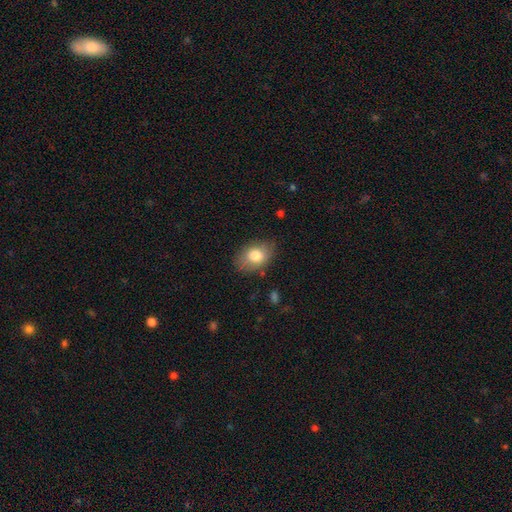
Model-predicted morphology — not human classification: smooth-or-featured: smooth: 80% | featured or disk: 12% | star or artifact: 8%
  how-rounded: in between: 76% | round: 23% | cigar-shaped: 1%
  merging: none: 77% | minor disturbance: 18% | major disturbance: 4% | merger: 1%